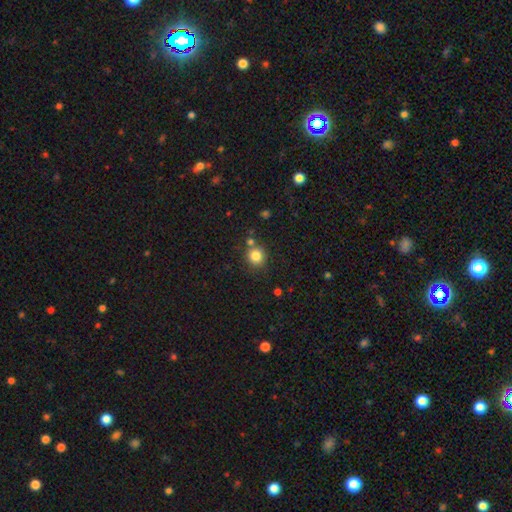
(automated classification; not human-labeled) This appears to be a smooth galaxy with no disk features (82%) that is round (90%). Merging: none (77%).